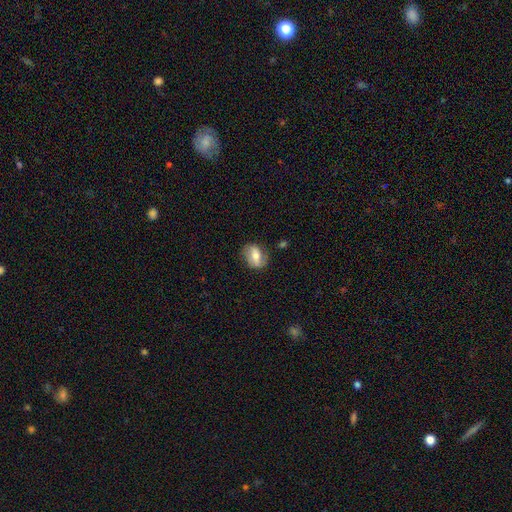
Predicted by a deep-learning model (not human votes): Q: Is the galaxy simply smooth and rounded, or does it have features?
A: featured or disk — 52%.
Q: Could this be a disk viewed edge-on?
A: no — 93%.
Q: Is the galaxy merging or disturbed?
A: none — 72%.